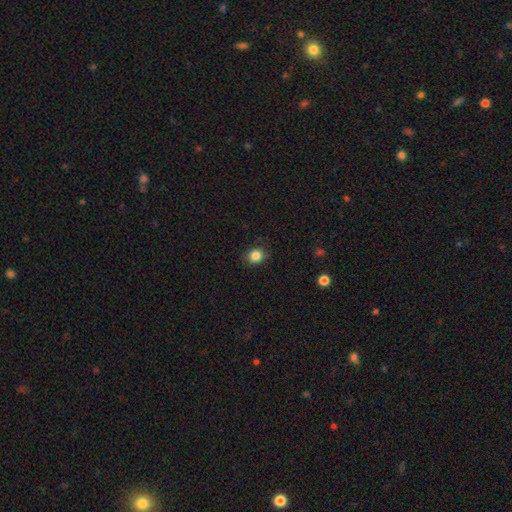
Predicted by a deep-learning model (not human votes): Overall: smooth (85%). How rounded: round (68%; in between 31%). Merging: none (85%).